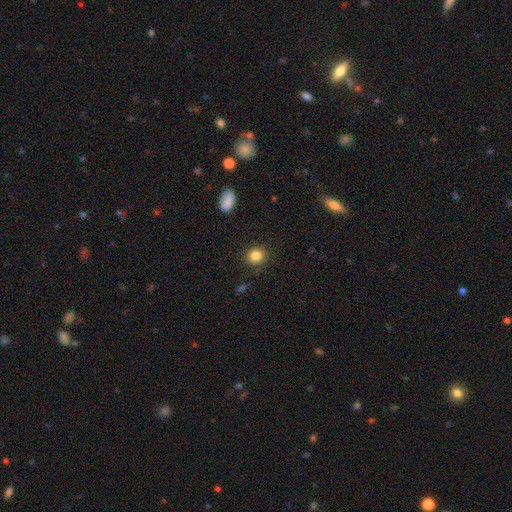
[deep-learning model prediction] Smooth or featured? smooth (85%)
How rounded? round (73%)
Merging? none (89%)